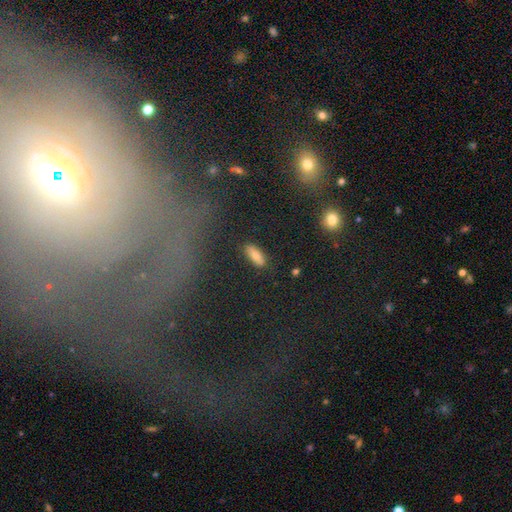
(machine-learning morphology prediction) Smooth or featured? Predicted: smooth (p=0.75). How rounded? Predicted: in between (p=0.78). Merging? Predicted: none (p=0.86).